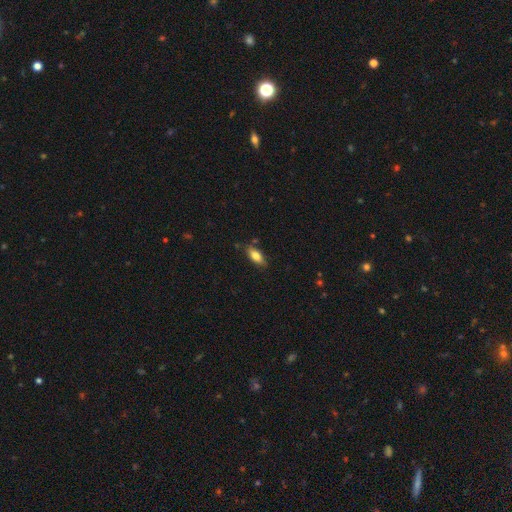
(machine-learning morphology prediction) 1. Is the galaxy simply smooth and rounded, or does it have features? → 78% smooth, 15% featured or disk, 7% star or artifact.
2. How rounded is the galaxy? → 82% in between, 16% cigar-shaped, 3% round.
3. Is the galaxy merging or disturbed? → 78% none, 15% minor disturbance, 3% merger, 3% major disturbance.